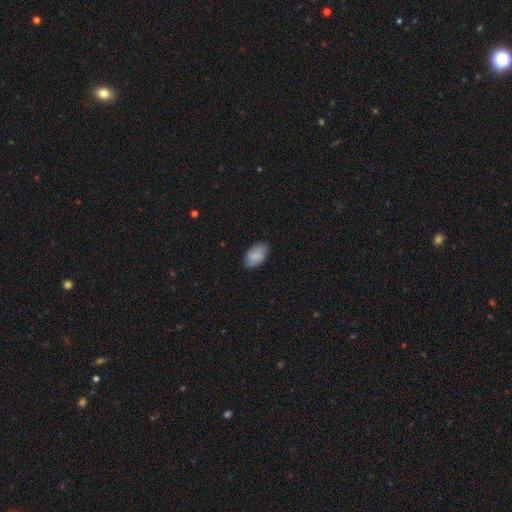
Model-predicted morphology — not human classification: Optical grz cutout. It shows a smooth galaxy with no disk features (76%) that is in between round and cigar-shaped (92%). Merging: none (81%).